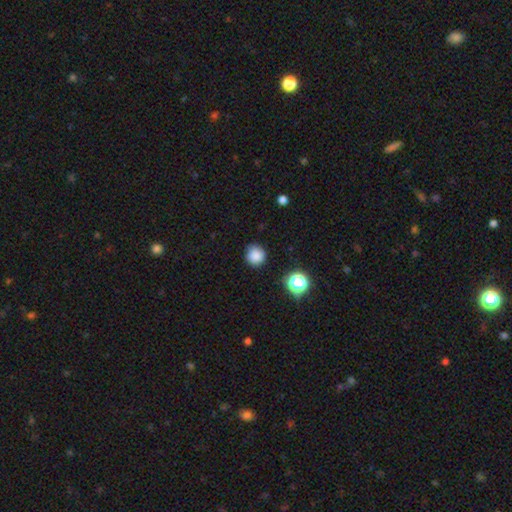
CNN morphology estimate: type=smooth (84%); roundness=round (92%); merging=none (85%).